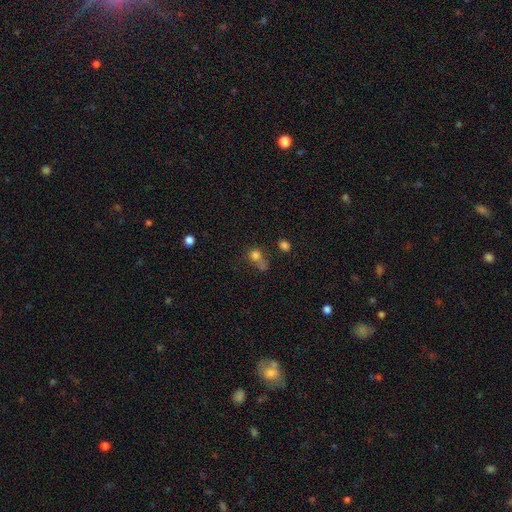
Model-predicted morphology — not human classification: Smooth or featured? smooth (73%)
How rounded? round (72%)
Merging? none (36%)